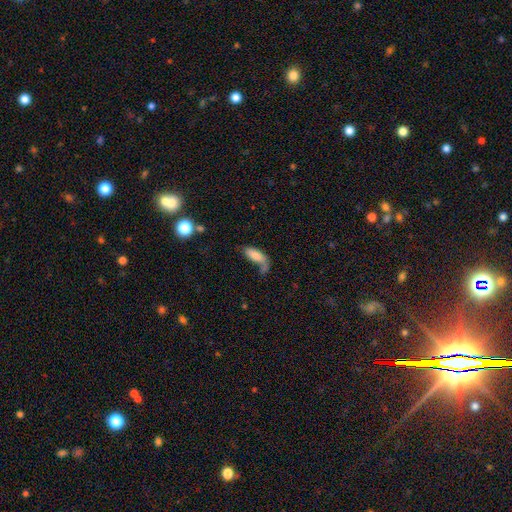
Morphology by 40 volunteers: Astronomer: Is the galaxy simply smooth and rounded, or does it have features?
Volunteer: smooth — 78%.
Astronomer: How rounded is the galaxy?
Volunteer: in between — 90%.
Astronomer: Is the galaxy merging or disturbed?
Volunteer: major disturbance — 49% (runner-up: none, 24%).